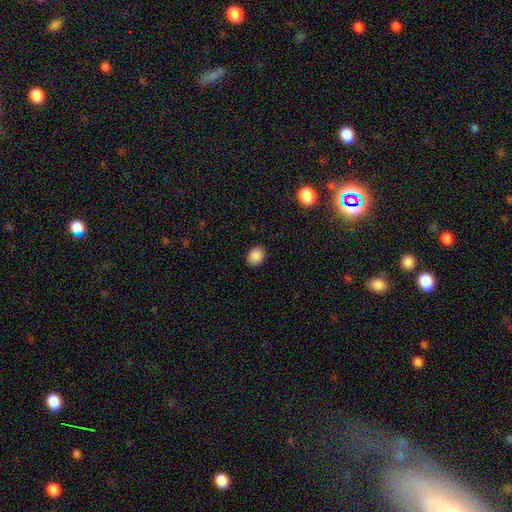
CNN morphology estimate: Smooth or featured: smooth — 88% (star or artifact — 9%)
How rounded: in between — 53% (round — 46%)
Merging: none — 89% (minor disturbance — 8%)